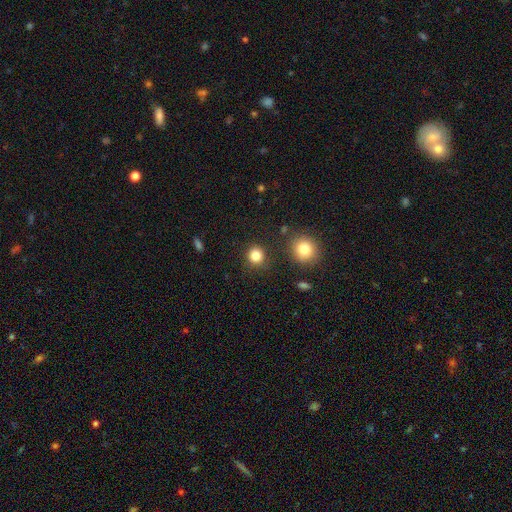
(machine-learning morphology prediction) Smooth or featured?
  - smooth: 84% *
  - star or artifact: 12%
  - featured or disk: 4%
How rounded?
  - round: 90% *
  - in between: 9%
  - cigar-shaped: 1%
Merging?
  - none: 87% *
  - minor disturbance: 7%
  - merger: 3%
  - major disturbance: 3%